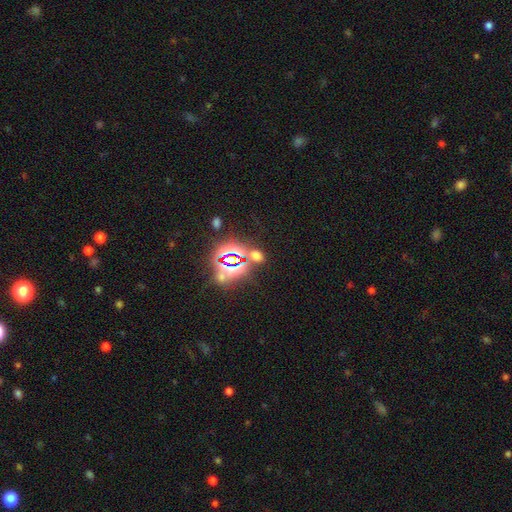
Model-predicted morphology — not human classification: The model was most divided on "smooth or featured": star or artifact: 51%, smooth: 41%, featured or disk: 8%.